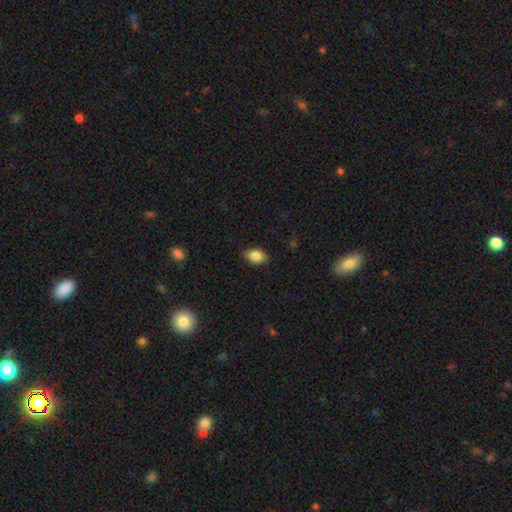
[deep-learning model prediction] Smooth or featured? smooth (85%)
How rounded? in between (87%)
Merging? none (84%)